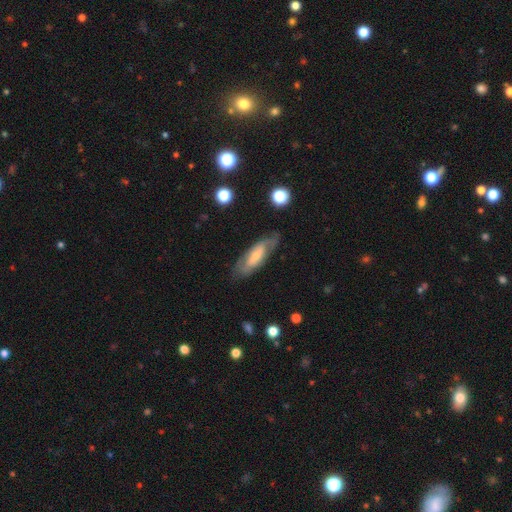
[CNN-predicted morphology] featured or disk 56%, smooth 38%, star or artifact 6%. Down the decision tree: edge-on disk — no (78%); merging — none (68%).